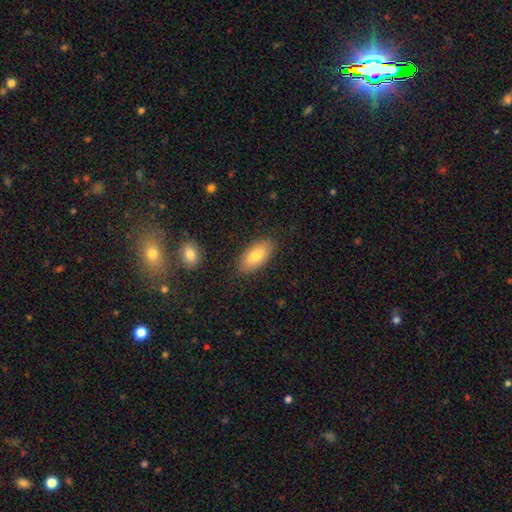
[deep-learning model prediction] Morphology: type=smooth (79%); roundness=in between (88%); merging=none (85%).